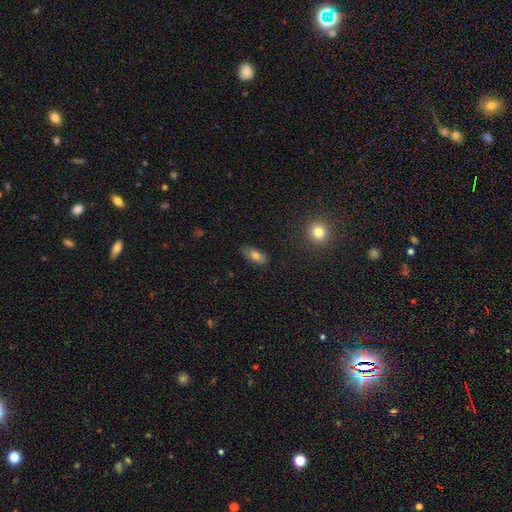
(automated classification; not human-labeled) Morphology: type=smooth (74%); roundness=in between (80%); merging=none (80%).